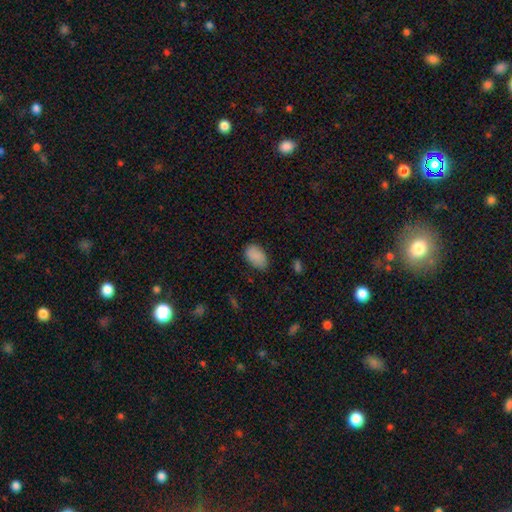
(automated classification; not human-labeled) smooth 87%, star or artifact 8%, featured or disk 5%. Down the decision tree: how rounded — in between (93%); merging — none (76%).